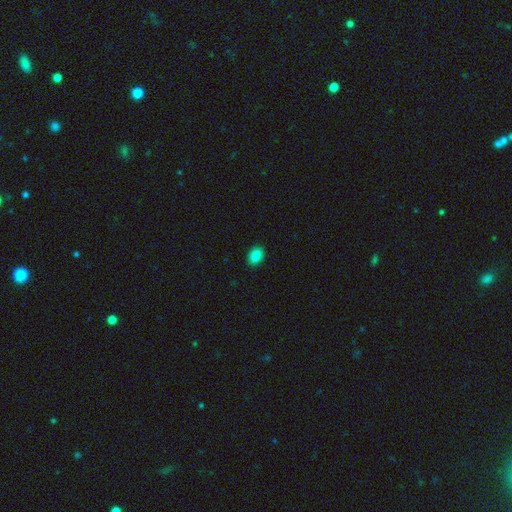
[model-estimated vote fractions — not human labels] A smooth galaxy with no disk features (86%) that is in between round and cigar-shaped (74%).

Vote fractions:
- Smooth or featured? smooth: 86% / star or artifact: 10% / featured or disk: 4%
- How rounded? in between: 74% / round: 25% / cigar-shaped: 1%
- Merging? none: 90% / minor disturbance: 7% / major disturbance: 2% / merger: 1%